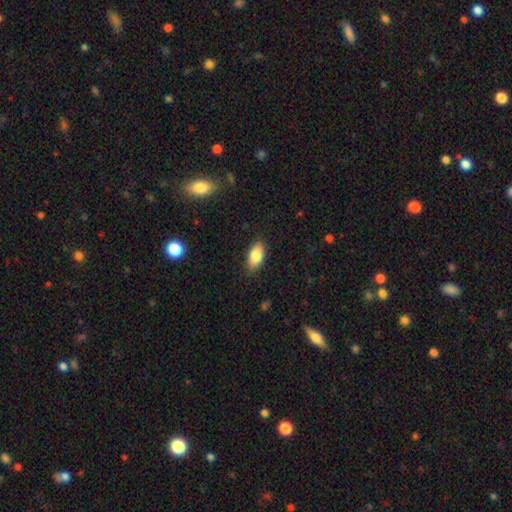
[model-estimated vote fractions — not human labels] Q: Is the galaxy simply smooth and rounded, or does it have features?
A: smooth — 84%.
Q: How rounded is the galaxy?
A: in between — 91%.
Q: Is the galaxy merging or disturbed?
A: none — 85%.